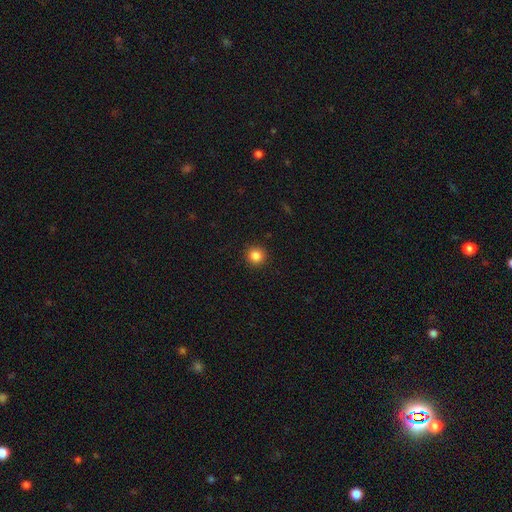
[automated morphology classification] Smooth or featured?
  - smooth: 85% *
  - star or artifact: 11%
  - featured or disk: 4%
How rounded?
  - round: 94% *
  - in between: 5%
  - cigar-shaped: 1%
Merging?
  - none: 93% *
  - minor disturbance: 5%
  - major disturbance: 2%
  - merger: 1%